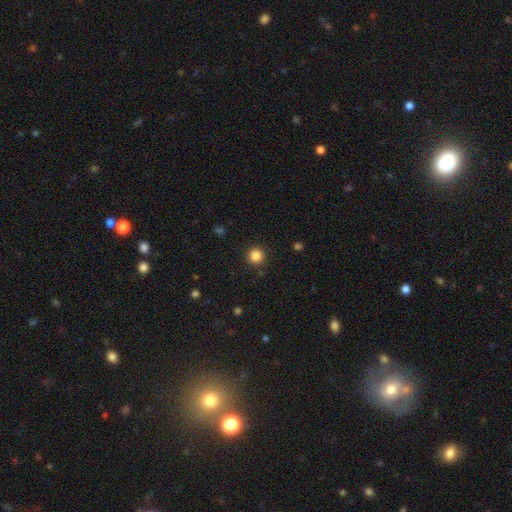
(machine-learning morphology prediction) A smooth galaxy with no disk features (85%) that is round (94%). Merging: none (91%).